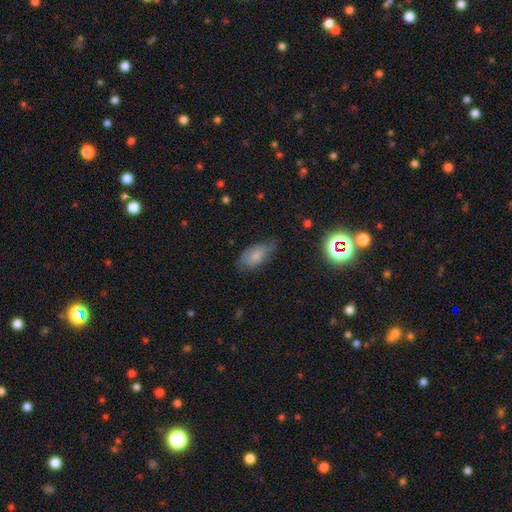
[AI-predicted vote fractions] Smooth or featured? smooth (70%)
How rounded? in between (90%)
Merging? none (52%)